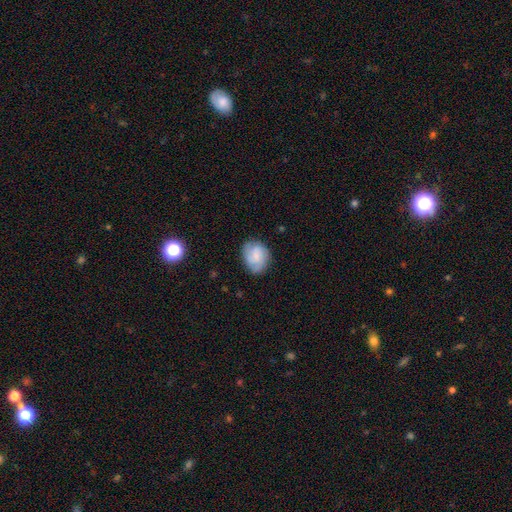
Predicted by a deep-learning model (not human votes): smooth 54%, featured or disk 38%, star or artifact 8%. Down the decision tree: how rounded — in between (58%); merging — none (74%).